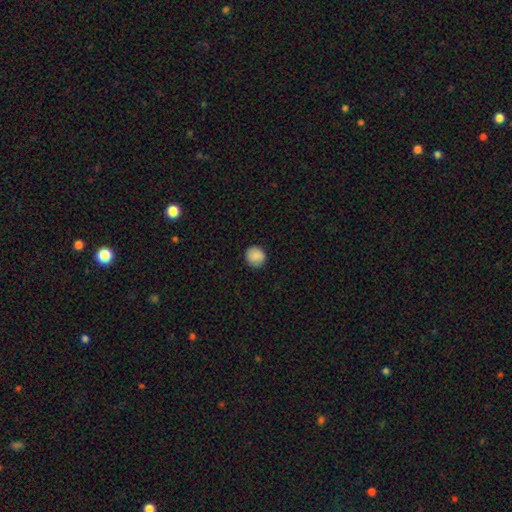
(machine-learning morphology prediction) This appears to be a smooth galaxy with no disk features (87%) that is round (90%). Merging: none (89%).